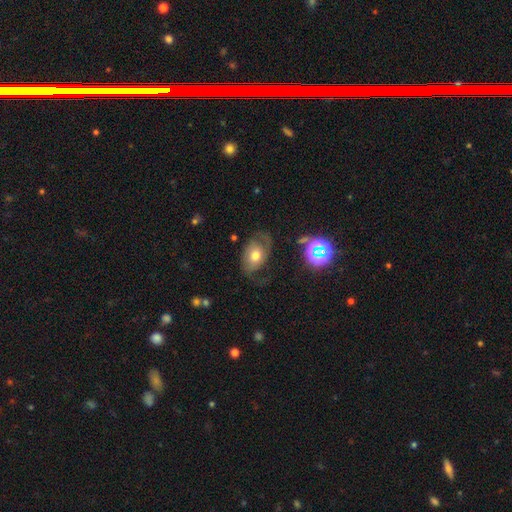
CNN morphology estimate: type=featured or disk (57%); edge-on=no (95%); bar=no (74%); spiral arms=yes (81%); bulge=moderate (68%); merging=none (52%).